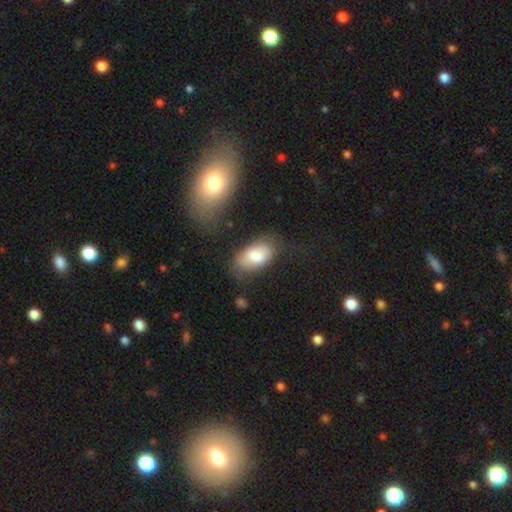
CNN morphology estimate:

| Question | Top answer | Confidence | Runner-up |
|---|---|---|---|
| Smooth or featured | smooth | 76% | featured or disk (17%) |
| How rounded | in between | 93% | round (4%) |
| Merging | none | 57% | minor disturbance (24%) |